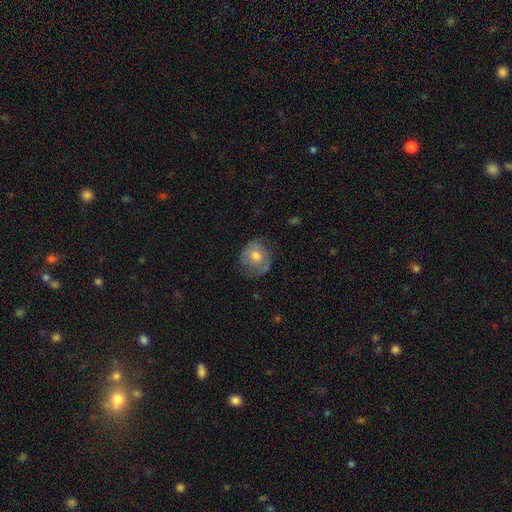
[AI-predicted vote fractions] Overall: smooth (56%; featured or disk 36%). How rounded: round (72%). Merging: none (62%; minor disturbance 25%).